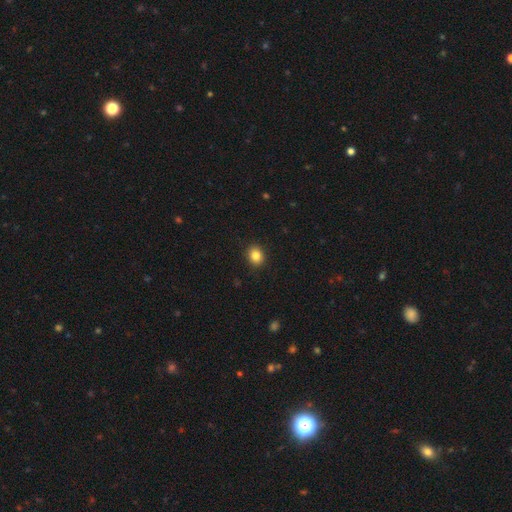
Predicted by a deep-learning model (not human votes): Smooth or featured: smooth — 84% (star or artifact — 10%)
How rounded: round — 63% (in between — 36%)
Merging: none — 90% (minor disturbance — 7%)